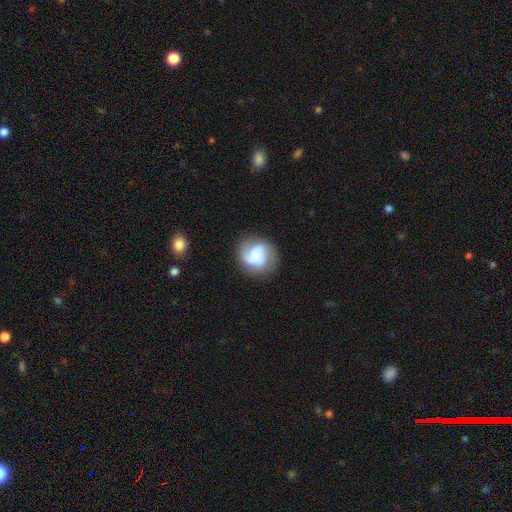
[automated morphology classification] Smooth or featured: featured or disk — 61% (smooth — 31%)
Edge-on disk: no — 98% (yes — 2%)
Bar: no — 59% (weak — 33%)
Spiral arms: yes — 93% (no — 7%)
Spiral winding: medium — 46% (tight — 28%)
Spiral arm count: 2 — 54% (3 — 22%)
Bulge size: small — 43% (none — 25%)
Merging: none — 73% (minor disturbance — 17%)